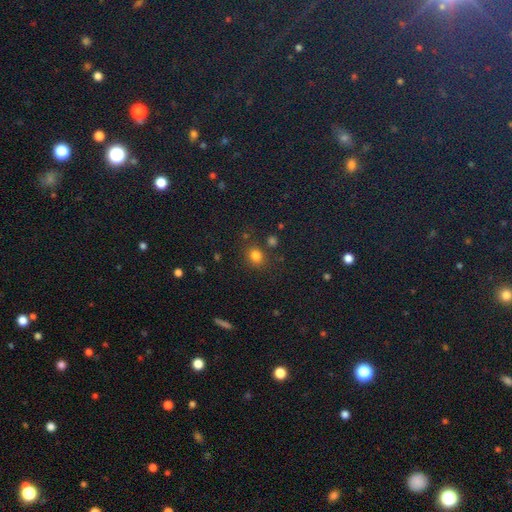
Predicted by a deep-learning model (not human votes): The model was most divided on "how rounded": round: 67%, in between: 32%, cigar-shaped: 1%. More confident: smooth or featured — smooth (79%); merging — none (77%).